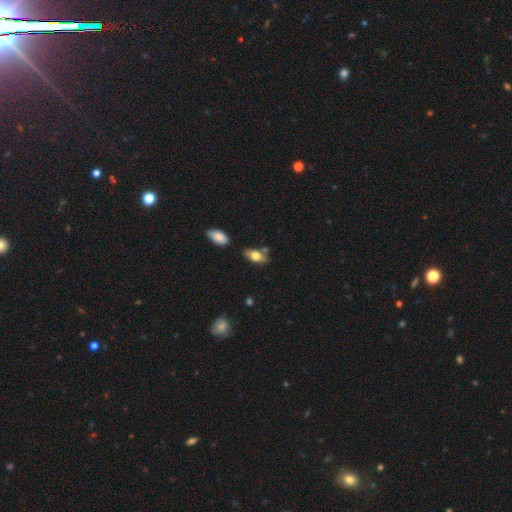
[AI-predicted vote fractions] A smooth galaxy with no disk features (73%) that is in between round and cigar-shaped (87%).

Vote fractions:
- Smooth or featured? smooth: 73% / featured or disk: 20% / star or artifact: 7%
- How rounded? in between: 87% / cigar-shaped: 9% / round: 4%
- Merging? none: 66% / minor disturbance: 19% / merger: 10% / major disturbance: 4%